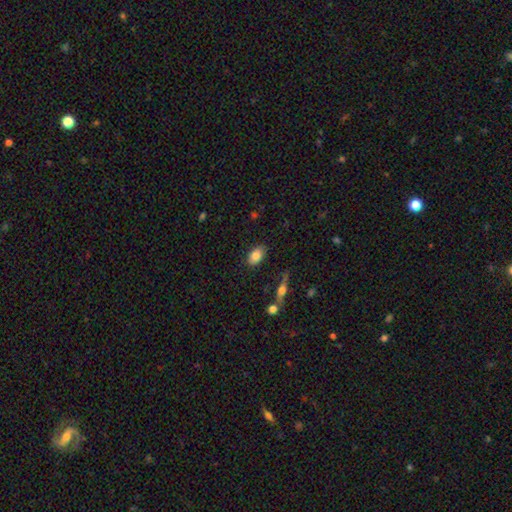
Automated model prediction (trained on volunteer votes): Morphology: type=smooth (82%); roundness=in between (89%); merging=none (84%).